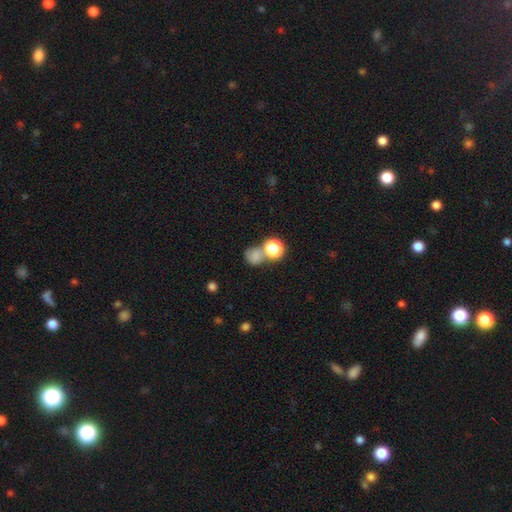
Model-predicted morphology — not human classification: A smooth galaxy with no disk features (71%) that is round (76%).

Vote fractions:
- Smooth or featured? smooth: 71% / star or artifact: 18% / featured or disk: 10%
- How rounded? round: 76% / in between: 23% / cigar-shaped: 1%
- Merging? none: 44% / merger: 34% / minor disturbance: 13% / major disturbance: 8%